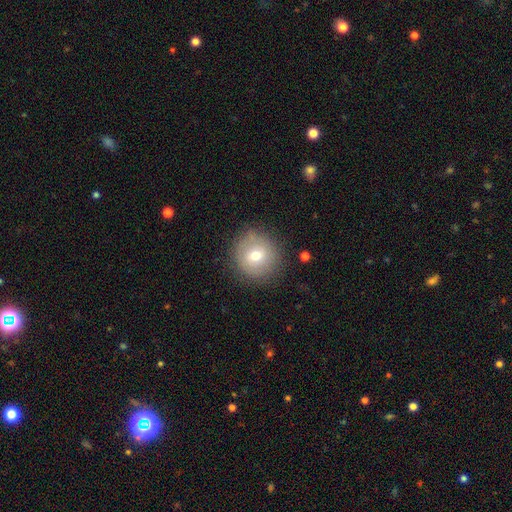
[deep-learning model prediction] Smooth or featured? smooth (70%)
How rounded? round (93%)
Merging? none (82%)